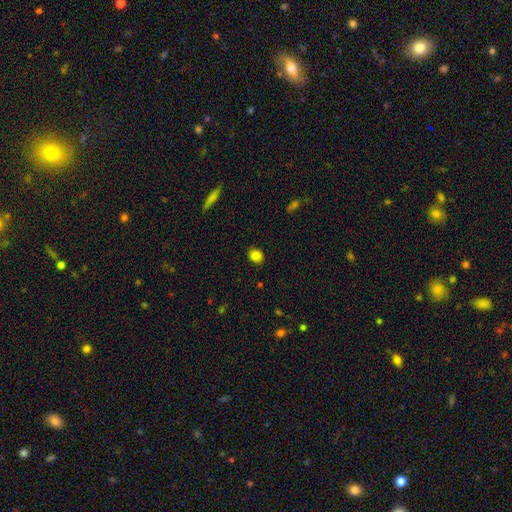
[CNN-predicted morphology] A smooth galaxy with no disk features (84%) that is round (53%).

Vote fractions:
- Smooth or featured? smooth: 84% / star or artifact: 11% / featured or disk: 5%
- How rounded? round: 53% / in between: 45% / cigar-shaped: 1%
- Merging? none: 86% / minor disturbance: 10% / major disturbance: 3% / merger: 1%